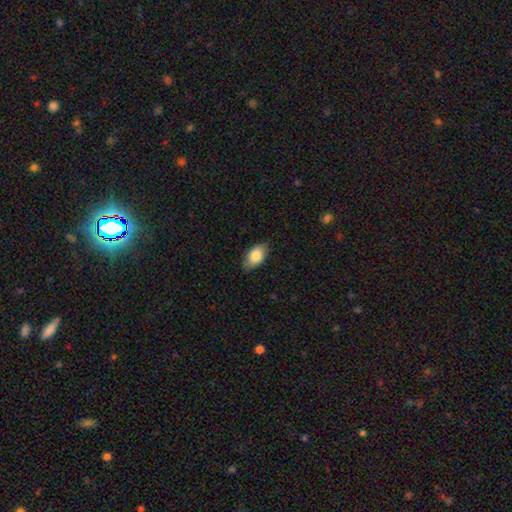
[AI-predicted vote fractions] Smooth or featured? Predicted: smooth (p=0.83). How rounded? Predicted: in between (p=0.92). Merging? Predicted: none (p=0.82).